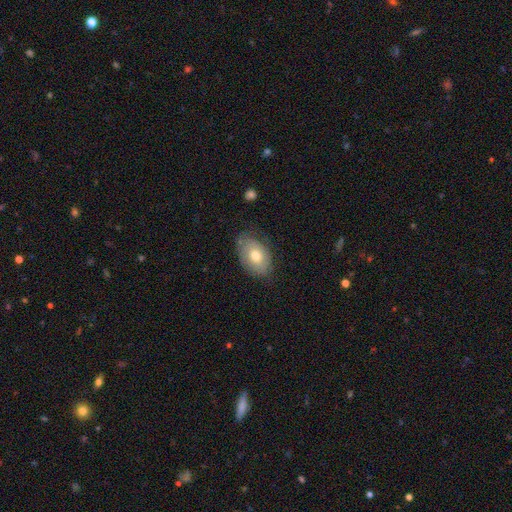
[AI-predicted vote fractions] Smooth or featured?
  - smooth: 67% *
  - featured or disk: 26%
  - star or artifact: 7%
How rounded?
  - in between: 87% *
  - round: 12%
  - cigar-shaped: 1%
Merging?
  - none: 71% *
  - minor disturbance: 23%
  - major disturbance: 5%
  - merger: 2%